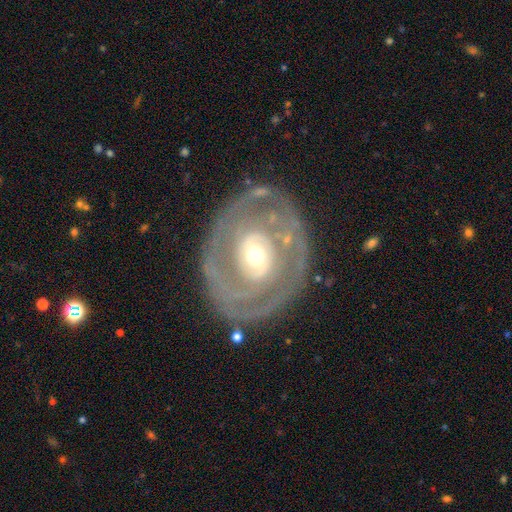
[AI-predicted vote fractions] The model was most divided on "spiral arm count": 2: 43%, can't tell: 32%, 3: 10%, 1: 8%, 4: 4%, more than 4: 4%. More confident: edge-on disk — no (96%); smooth or featured — featured or disk (80%); merging — none (75%); spiral arms — yes (67%); spiral winding — tight (66%); bulge size — moderate (61%); bar — no (61%).